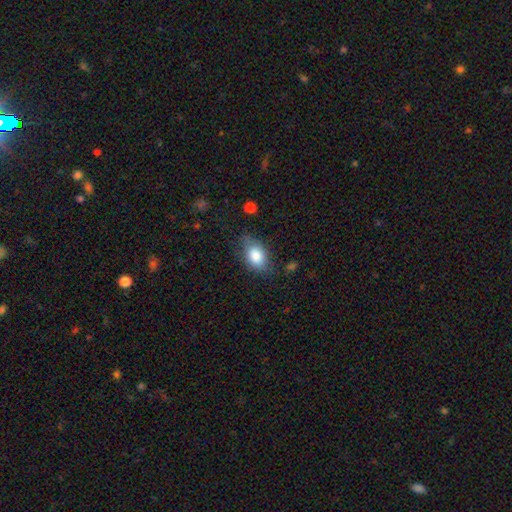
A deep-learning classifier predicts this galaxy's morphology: Smooth or featured? Predicted: smooth (p=0.82). How rounded? Predicted: in between (p=0.85). Merging? Predicted: none (p=0.66).